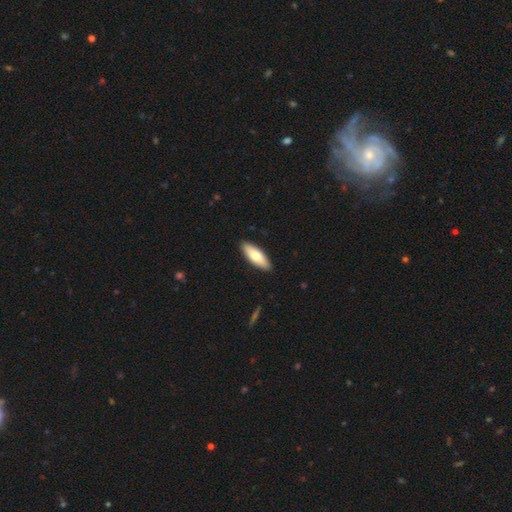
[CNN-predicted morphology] Smooth or featured? Predicted: smooth (p=0.73). How rounded? Predicted: in between (p=0.64). Merging? Predicted: none (p=0.90).